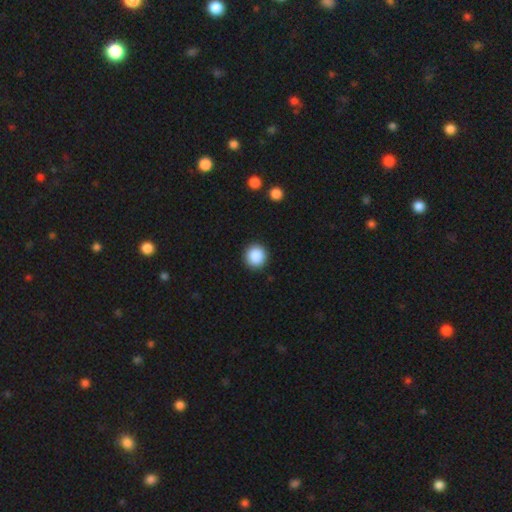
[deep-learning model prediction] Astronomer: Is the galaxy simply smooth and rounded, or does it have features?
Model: smooth — 88%.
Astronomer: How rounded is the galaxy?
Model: round — 93%.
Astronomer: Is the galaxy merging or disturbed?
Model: none — 92%.